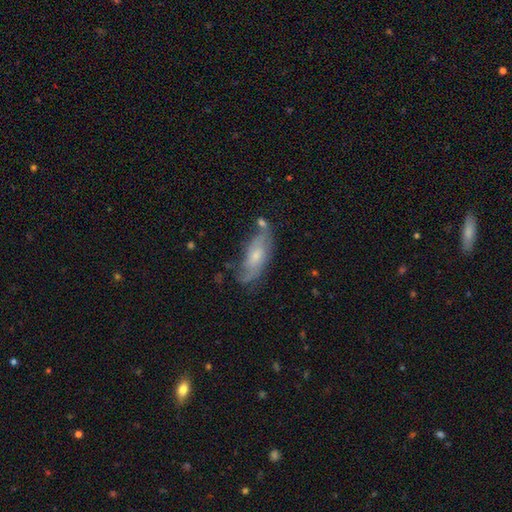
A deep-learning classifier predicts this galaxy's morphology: This appears to be a featured or disk galaxy (55%). Merging: none (55%).